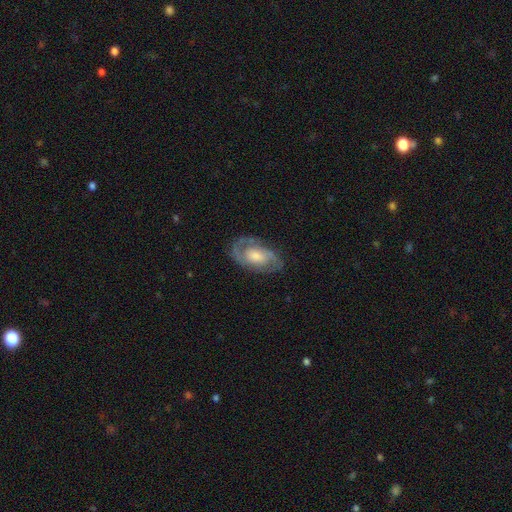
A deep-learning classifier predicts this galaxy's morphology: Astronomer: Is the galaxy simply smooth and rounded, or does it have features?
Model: featured or disk — 81%.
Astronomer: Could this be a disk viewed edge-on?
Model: no — 96%.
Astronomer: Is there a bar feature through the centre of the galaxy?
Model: no — 54% (runner-up: weak, 36%).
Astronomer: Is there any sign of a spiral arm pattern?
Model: yes — 92%.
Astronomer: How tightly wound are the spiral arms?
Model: tight — 45% (runner-up: medium, 43%).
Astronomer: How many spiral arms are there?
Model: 2 — 82%.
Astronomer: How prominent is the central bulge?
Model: moderate — 51%.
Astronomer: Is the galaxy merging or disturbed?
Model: none — 78%.